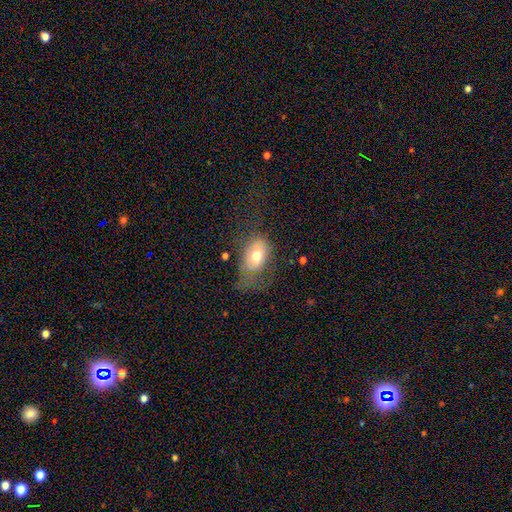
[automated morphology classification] This appears to be a smooth galaxy with no disk features (68%) that is in between round and cigar-shaped (82%). Merging: none (37%).